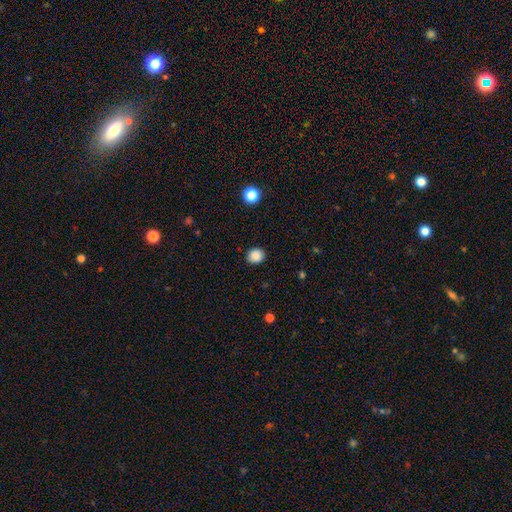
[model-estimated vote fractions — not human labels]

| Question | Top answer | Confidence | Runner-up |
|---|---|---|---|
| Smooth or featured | smooth | 87% | star or artifact (10%) |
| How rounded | round | 81% | in between (18%) |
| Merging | none | 89% | minor disturbance (8%) |